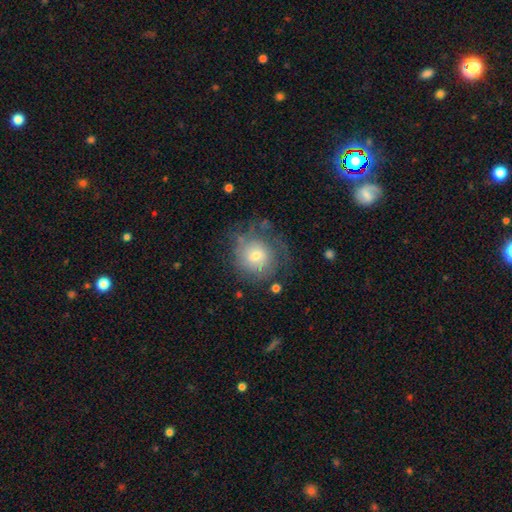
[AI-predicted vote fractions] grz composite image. It shows a smooth galaxy with no disk features (47%). Merging: none (59%).